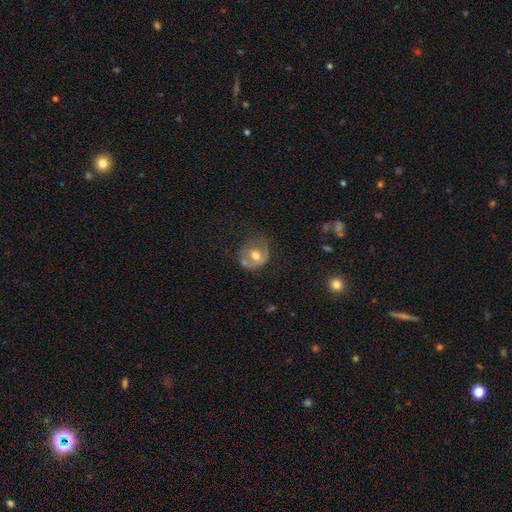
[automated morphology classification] Smooth or featured? Predicted: smooth (p=0.50). Merging? Predicted: none (p=0.39).